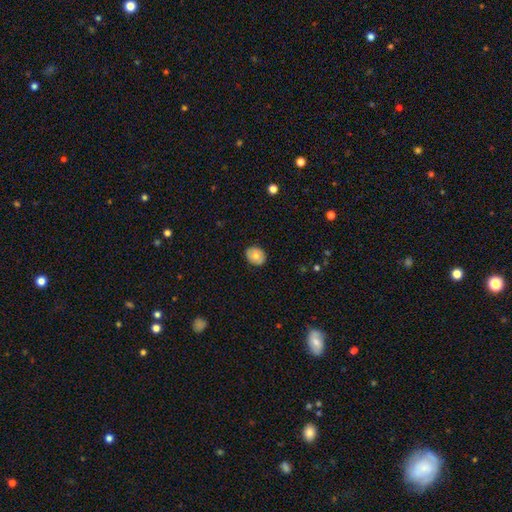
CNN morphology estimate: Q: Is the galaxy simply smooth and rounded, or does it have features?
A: smooth — 73%.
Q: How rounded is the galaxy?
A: round — 58%.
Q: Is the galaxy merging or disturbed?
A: none — 85%.